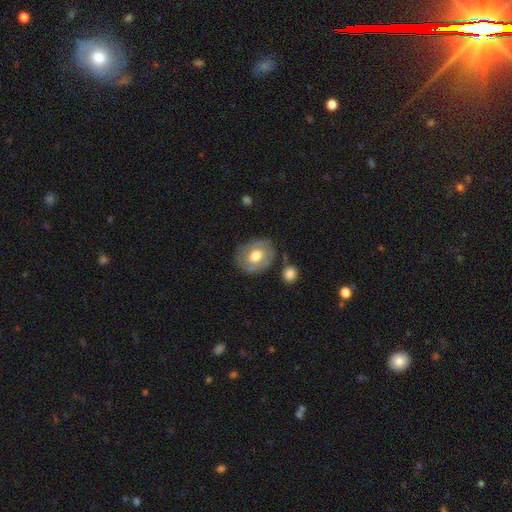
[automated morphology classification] smooth-or-featured: smooth: 47% | featured or disk: 46% | star or artifact: 7%
  merging: none: 72% | minor disturbance: 17% | major disturbance: 6% | merger: 4%